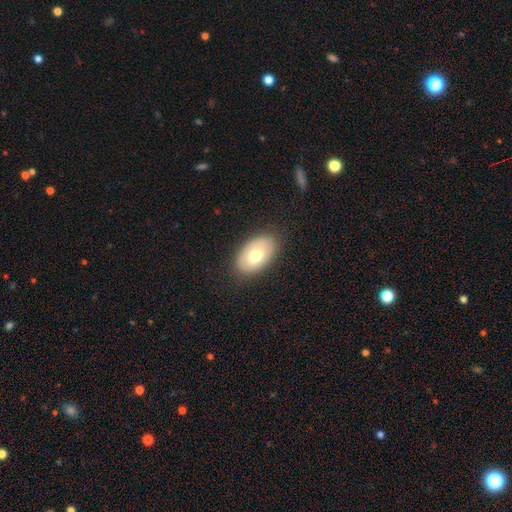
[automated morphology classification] This is likely a smooth galaxy (65%). How rounded: clearly in between (92%). Merging: clearly none (83%).